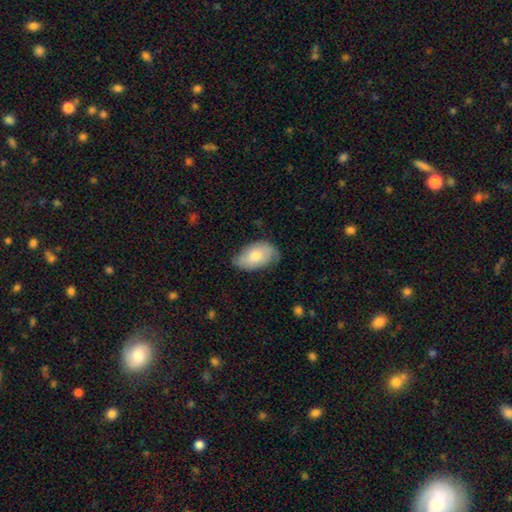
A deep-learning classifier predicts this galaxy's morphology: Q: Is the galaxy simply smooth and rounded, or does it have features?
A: smooth — 69%.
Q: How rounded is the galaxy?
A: in between — 93%.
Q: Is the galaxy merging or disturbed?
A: none — 70%.